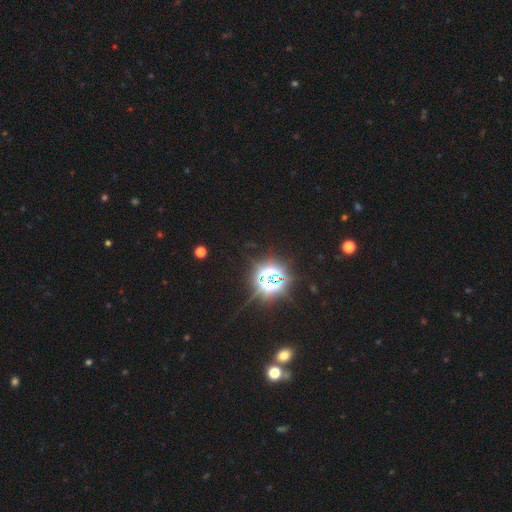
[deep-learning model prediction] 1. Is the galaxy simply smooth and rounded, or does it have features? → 84% star or artifact, 11% smooth, 5% featured or disk.